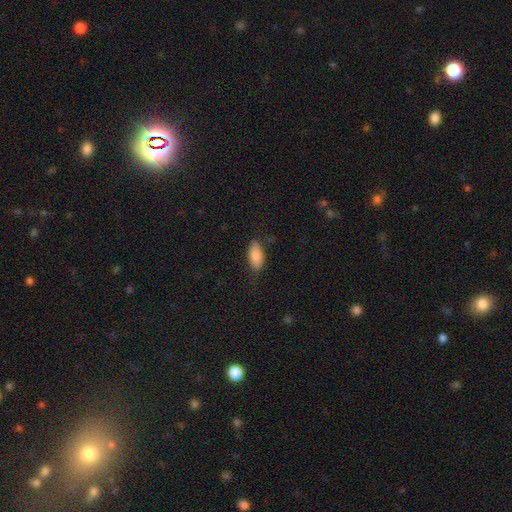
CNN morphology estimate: A smooth galaxy with no disk features (84%) that is in between round and cigar-shaped (90%). Merging: none (79%).